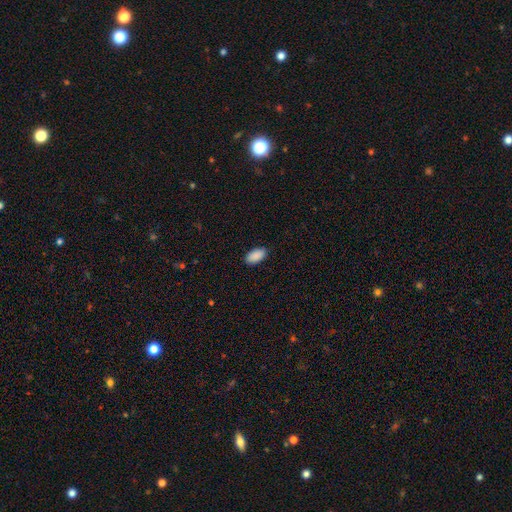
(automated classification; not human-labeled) This is clearly a smooth galaxy (91%). How rounded: clearly in between (95%). Merging: clearly none (87%).